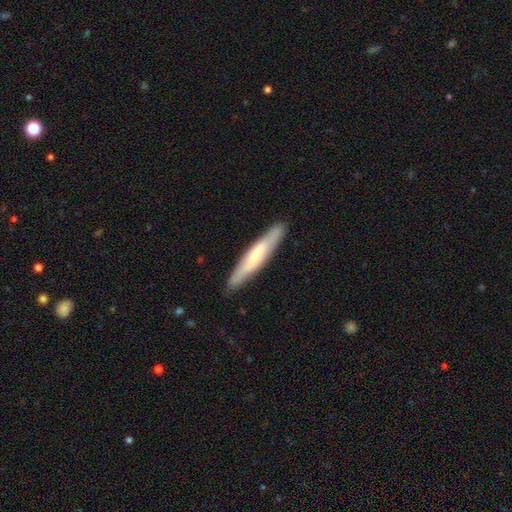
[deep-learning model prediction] A smooth galaxy with no disk features (50%) that is cigar-shaped (91%). Merging: none (88%).